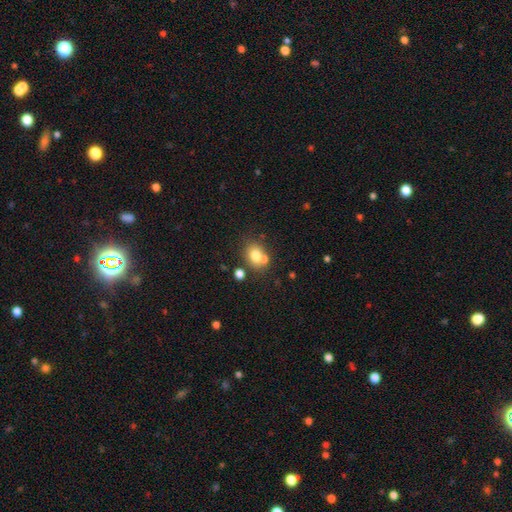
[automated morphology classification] Smooth or featured? smooth (73%)
How rounded? round (57%)
Merging? none (53%)